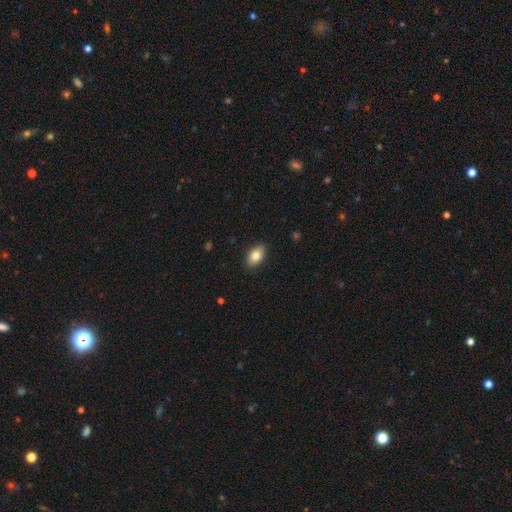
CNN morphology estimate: The model was most divided on "smooth or featured": smooth: 81%, featured or disk: 11%, star or artifact: 8%. More confident: how rounded — in between (90%); merging — none (87%).